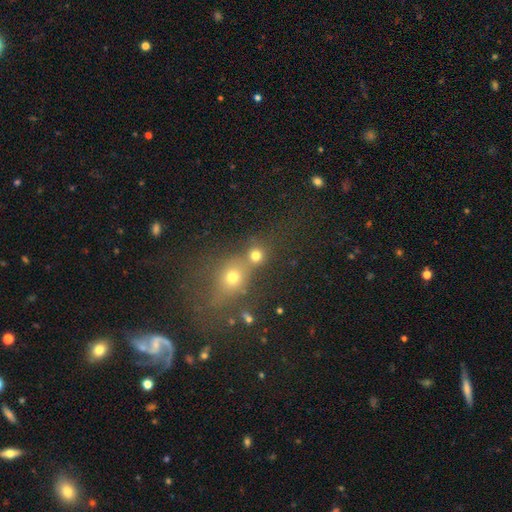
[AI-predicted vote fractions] Smooth or featured: smooth — 74% (star or artifact — 18%)
How rounded: round — 85% (in between — 13%)
Merging: none — 52% (merger — 37%)